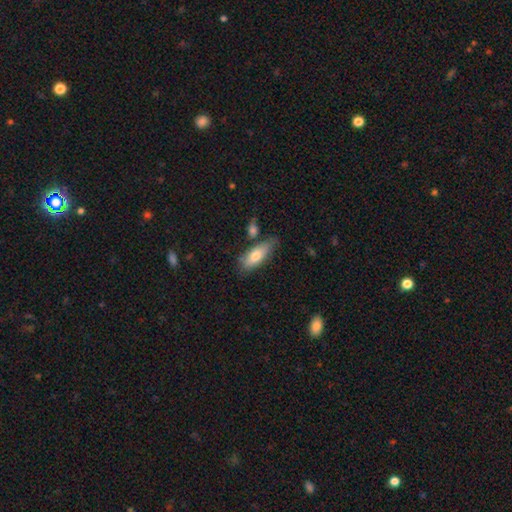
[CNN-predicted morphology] smooth 73%, featured or disk 21%, star or artifact 6%. Down the decision tree: how rounded — in between (70%); merging — none (66%).